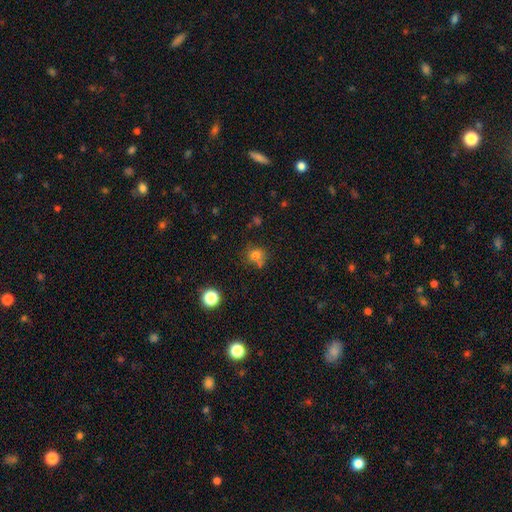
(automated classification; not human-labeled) smooth 74%, star or artifact 17%, featured or disk 9%. Down the decision tree: how rounded — round (80%); merging — none (61%).